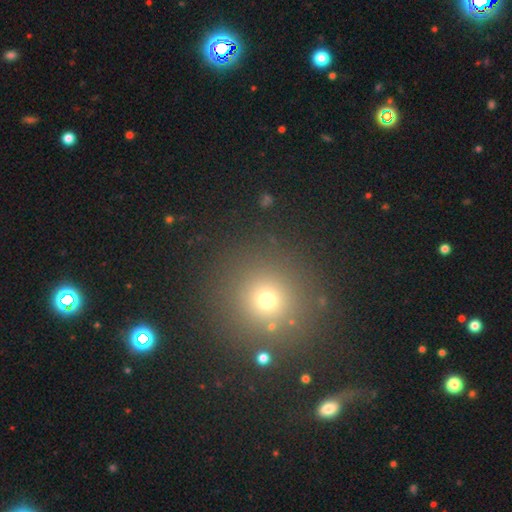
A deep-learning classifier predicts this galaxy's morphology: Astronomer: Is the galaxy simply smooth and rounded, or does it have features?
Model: smooth — 55% (runner-up: star or artifact, 36%).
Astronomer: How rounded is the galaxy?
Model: round — 93%.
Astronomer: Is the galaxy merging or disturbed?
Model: none — 88%.